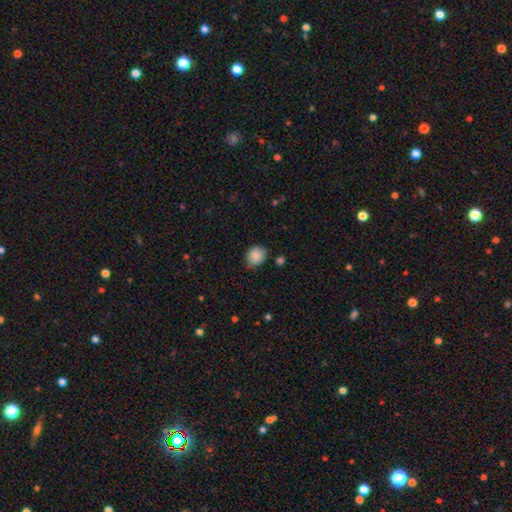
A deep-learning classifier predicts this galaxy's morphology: The model was most divided on "how rounded": round: 55%, in between: 44%, cigar-shaped: 1%. More confident: smooth or featured — smooth (86%); merging — none (71%).